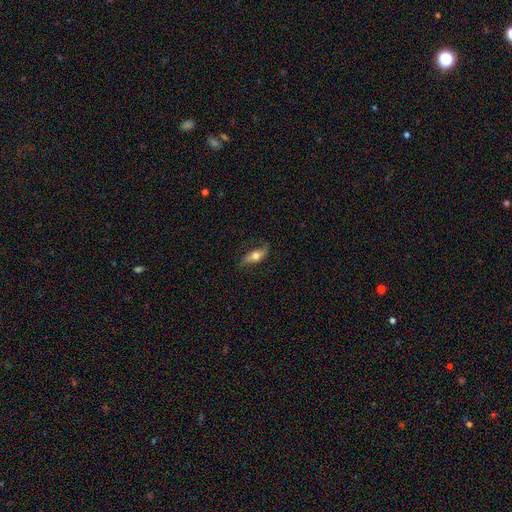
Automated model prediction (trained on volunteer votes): This appears to be a smooth galaxy with no disk features (49%). Merging: none (72%).